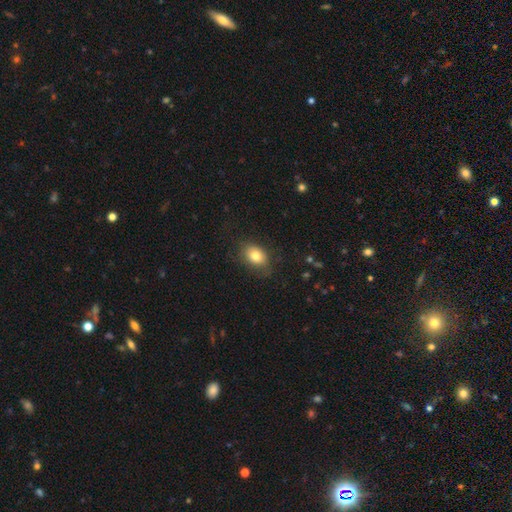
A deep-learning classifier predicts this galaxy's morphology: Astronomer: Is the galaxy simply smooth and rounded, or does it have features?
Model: smooth — 80%.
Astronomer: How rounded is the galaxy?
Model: in between — 73%.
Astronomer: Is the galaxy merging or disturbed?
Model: none — 77%.